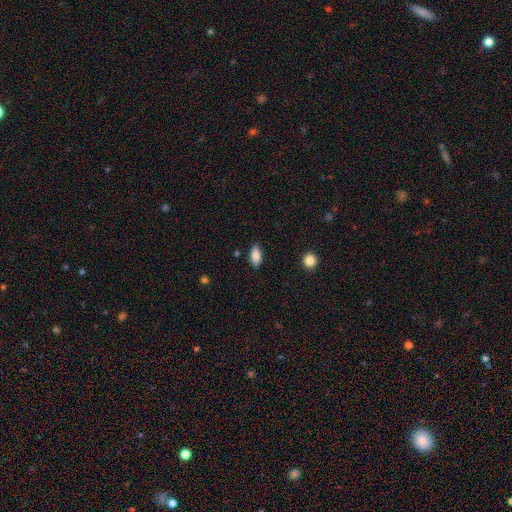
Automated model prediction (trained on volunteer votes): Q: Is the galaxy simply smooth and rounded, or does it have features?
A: smooth — 86%.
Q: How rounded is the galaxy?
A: in between — 88%.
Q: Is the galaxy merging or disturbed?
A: none — 87%.